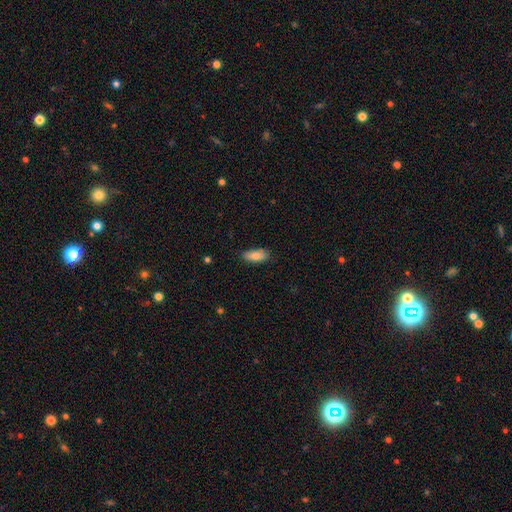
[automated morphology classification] smooth_or_featured: smooth (p=0.81) [alt: featured or disk p=0.12]
how_rounded: in between (p=0.83) [alt: cigar-shaped p=0.15]
merging: none (p=0.80) [alt: minor disturbance p=0.17]